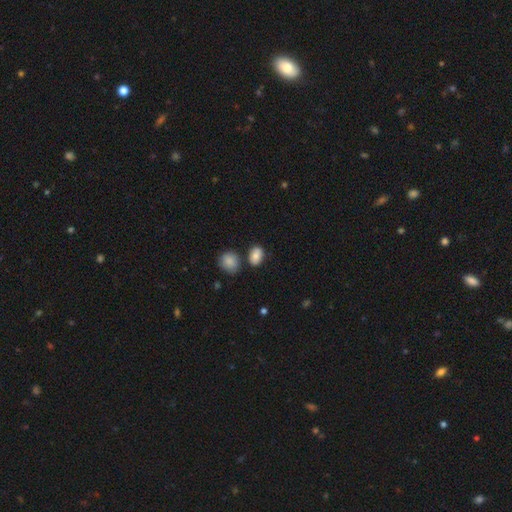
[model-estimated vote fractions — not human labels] The model was most divided on "merging": none: 71%, minor disturbance: 15%, merger: 11%, major disturbance: 3%. More confident: smooth or featured — smooth (83%); how rounded — in between (78%).